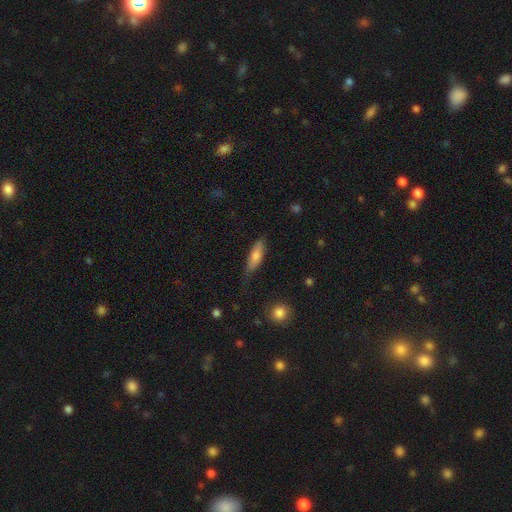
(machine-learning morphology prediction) This is likely a smooth galaxy (72%). How rounded: possibly cigar-shaped (56%). Merging: likely none (65%).